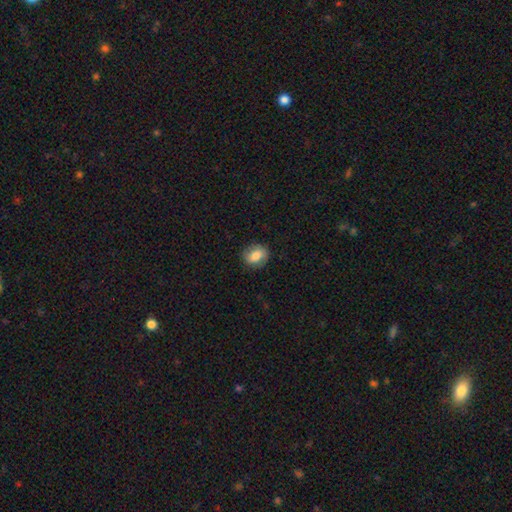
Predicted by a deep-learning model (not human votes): Smooth or featured: smooth — 69% (featured or disk — 23%)
How rounded: round — 49% (tied with in between — 49%)
Merging: none — 84% (minor disturbance — 12%)